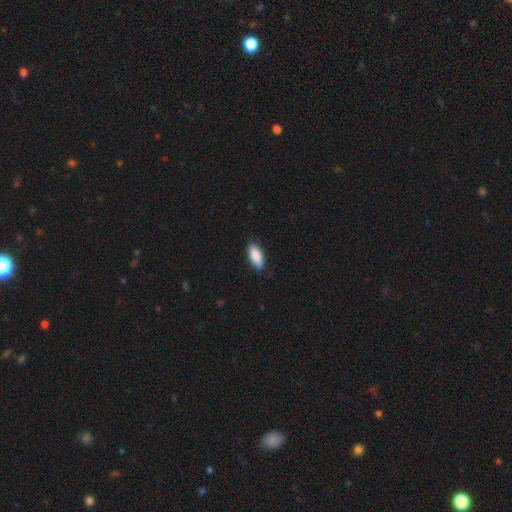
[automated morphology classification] This is clearly a smooth galaxy (88%). How rounded: clearly in between (88%). Merging: clearly none (83%).